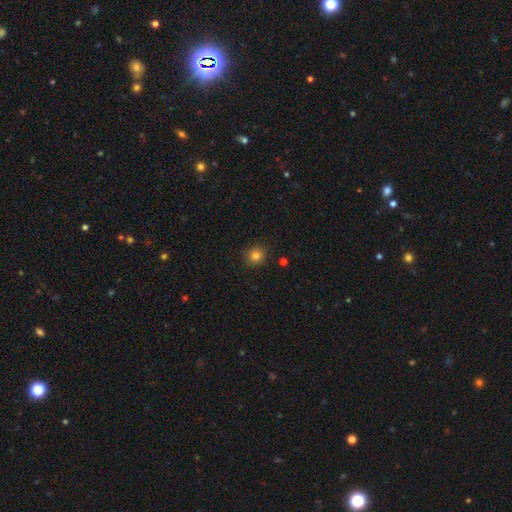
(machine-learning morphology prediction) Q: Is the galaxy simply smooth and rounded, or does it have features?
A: smooth — 81%.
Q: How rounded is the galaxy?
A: round — 88%.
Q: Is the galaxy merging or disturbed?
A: none — 88%.